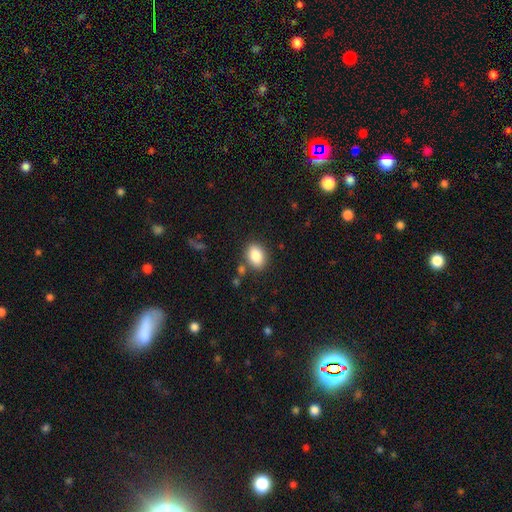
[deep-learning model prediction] Smooth or featured? smooth (85%)
How rounded? in between (78%)
Merging? none (83%)